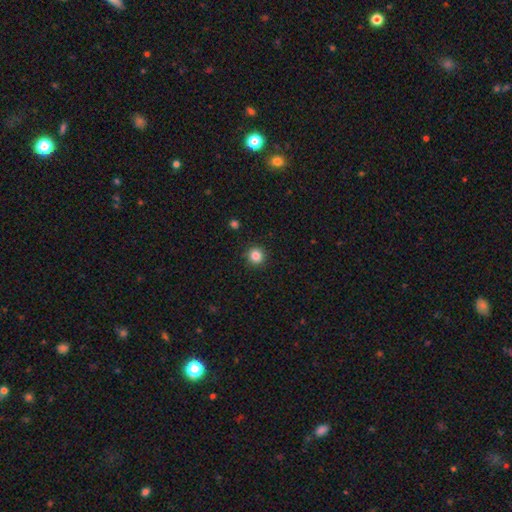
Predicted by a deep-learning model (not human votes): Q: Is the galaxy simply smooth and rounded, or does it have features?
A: smooth — 85%.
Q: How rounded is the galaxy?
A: round — 93%.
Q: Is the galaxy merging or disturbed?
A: none — 92%.